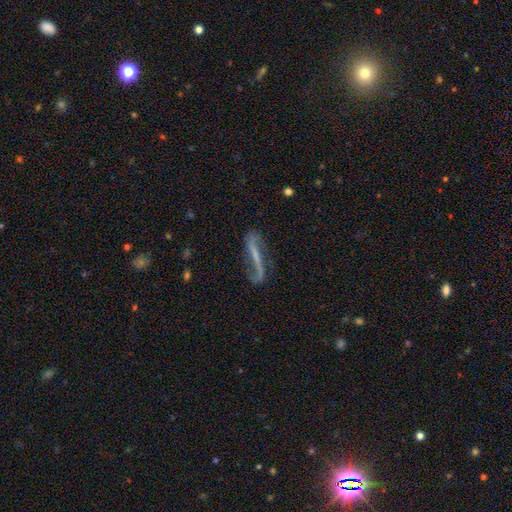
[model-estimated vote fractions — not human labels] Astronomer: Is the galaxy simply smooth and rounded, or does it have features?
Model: featured or disk — 77%.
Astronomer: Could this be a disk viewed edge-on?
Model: no — 75%.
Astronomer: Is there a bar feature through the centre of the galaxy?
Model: strong — 56%.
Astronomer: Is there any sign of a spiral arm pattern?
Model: yes — 87%.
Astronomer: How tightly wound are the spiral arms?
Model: loose — 80%.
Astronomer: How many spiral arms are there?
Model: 2 — 83%.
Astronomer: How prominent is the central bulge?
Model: small — 44% (runner-up: none, 40%).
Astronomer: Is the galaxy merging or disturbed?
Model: none — 60%.